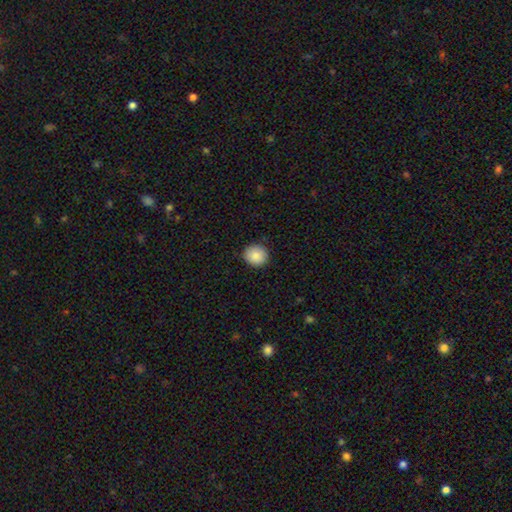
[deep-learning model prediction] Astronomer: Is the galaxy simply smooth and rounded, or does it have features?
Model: smooth — 88%.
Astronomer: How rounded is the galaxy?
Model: round — 90%.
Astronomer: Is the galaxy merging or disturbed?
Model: none — 90%.